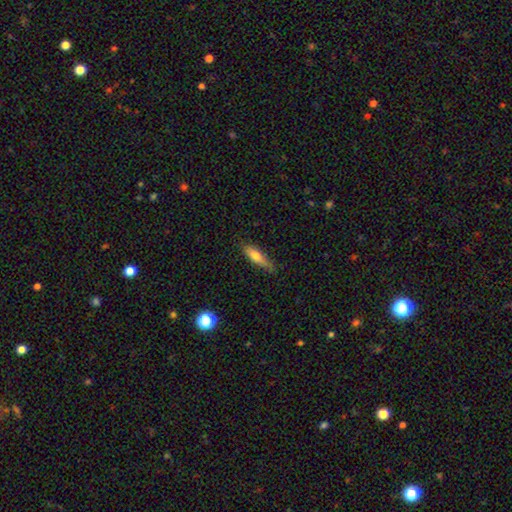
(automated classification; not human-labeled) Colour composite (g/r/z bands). It shows a smooth galaxy with no disk features (68%) that is cigar-shaped (63%). Merging: none (73%).